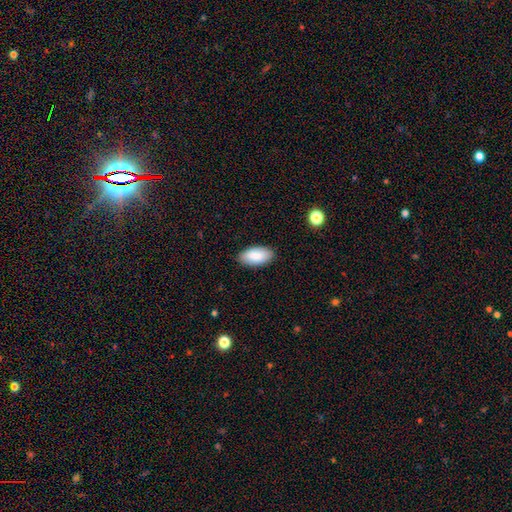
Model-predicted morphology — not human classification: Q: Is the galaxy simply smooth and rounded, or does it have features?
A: smooth — 88%.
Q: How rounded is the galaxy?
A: in between — 93%.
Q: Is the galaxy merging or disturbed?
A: none — 88%.